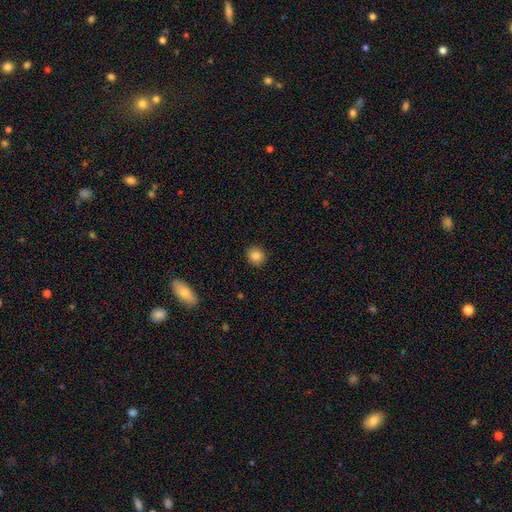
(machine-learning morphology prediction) Smooth or featured: smooth — 85% (star or artifact — 10%)
How rounded: round — 84% (in between — 15%)
Merging: none — 91% (minor disturbance — 6%)